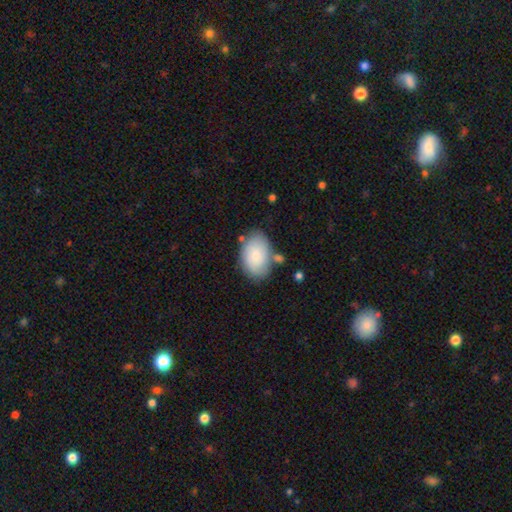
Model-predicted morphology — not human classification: Smooth or featured: smooth — 74% (featured or disk — 19%)
How rounded: in between — 88% (round — 10%)
Merging: none — 69% (minor disturbance — 19%)